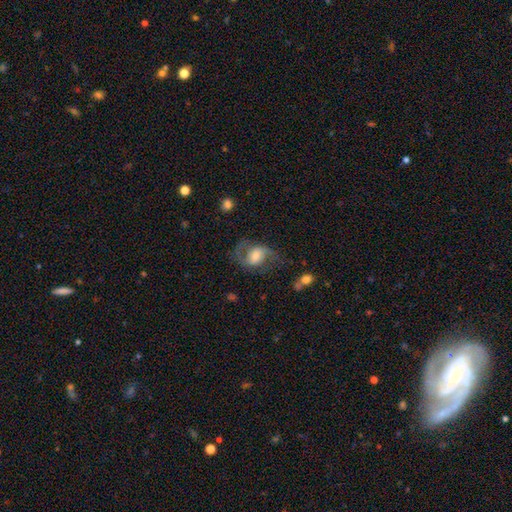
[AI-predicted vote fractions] smooth_or_featured: featured or disk (p=0.74) [alt: smooth p=0.19]
disk_edge_on: no (p=0.97) [alt: yes p=0.03]
bar: no (p=0.42) [alt: weak p=0.39]
has_spiral_arms: yes (p=0.90) [alt: no p=0.10]
spiral_winding: loose (p=0.45) [tied with: medium p=0.45]
spiral_arm_count: 2 (p=0.87) [alt: 1 p=0.05]
bulge_size: moderate (p=0.49) [alt: small p=0.39]
merging: none (p=0.60) [alt: major disturbance p=0.19]